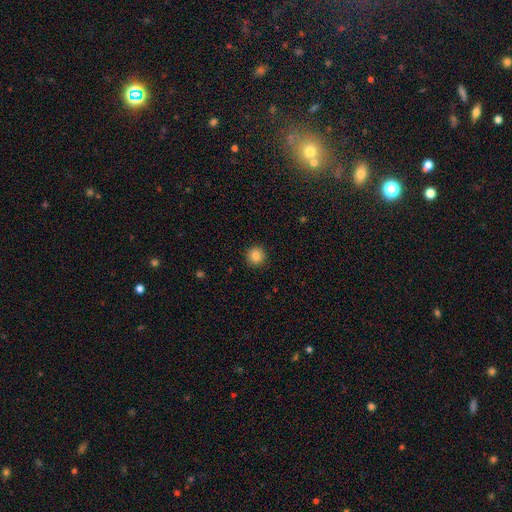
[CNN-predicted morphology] A smooth galaxy with no disk features (85%) that is round (94%). Merging: none (92%).